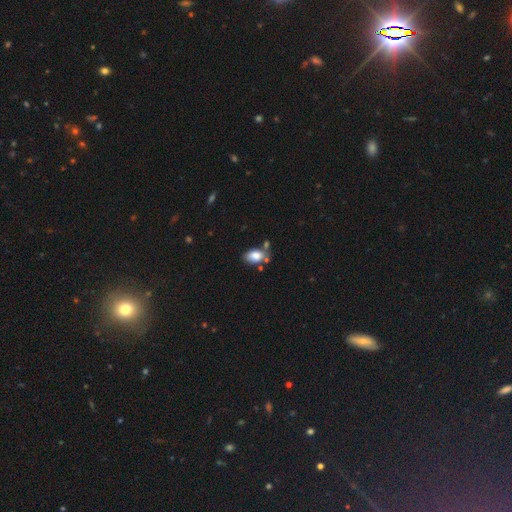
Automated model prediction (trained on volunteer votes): This is clearly a smooth galaxy (82%). How rounded: clearly in between (89%). Merging: possibly none (59%).